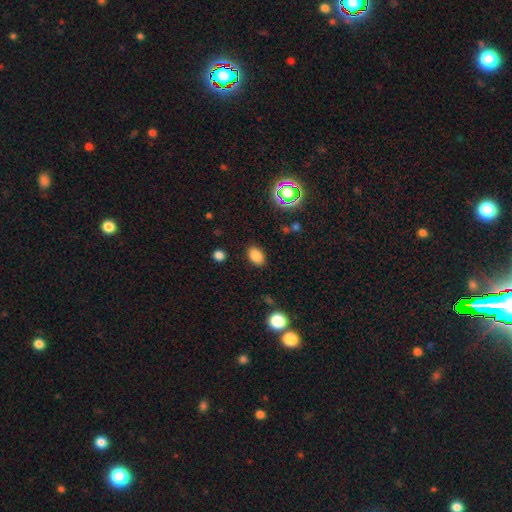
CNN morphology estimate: type=smooth (83%); roundness=in between (83%); merging=none (86%).